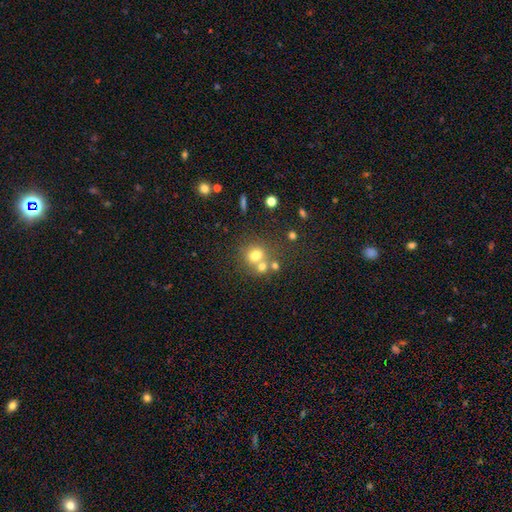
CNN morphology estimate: smooth-or-featured: smooth: 68% | featured or disk: 16% | star or artifact: 16%
  how-rounded: round: 68% | in between: 31% | cigar-shaped: 1%
  merging: none: 43% | merger: 42% | minor disturbance: 10% | major disturbance: 5%